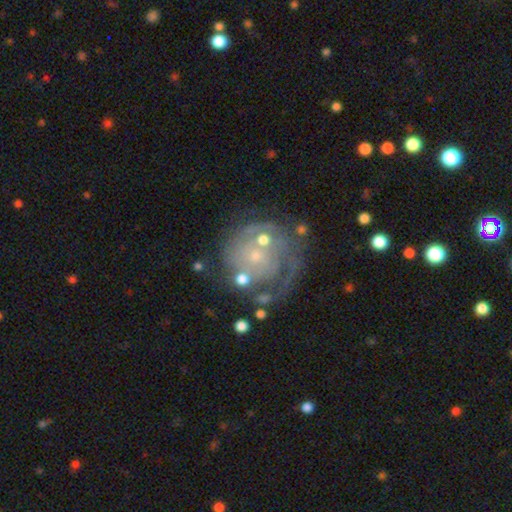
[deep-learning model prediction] featured or disk 77%, smooth 14%, star or artifact 8%. Down the decision tree: edge-on disk — no (98%); bar — no (82%); spiral arms — yes (81%); spiral arm count — can't tell (35%); spiral winding — tight (64%); bulge size — small (68%); merging — none (54%).